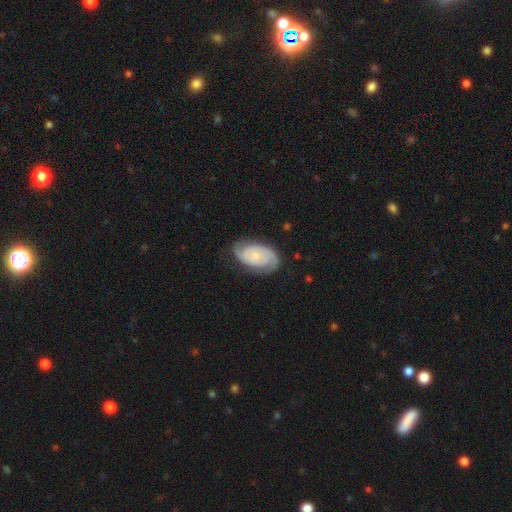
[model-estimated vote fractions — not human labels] Q: Smooth or featured?
A: featured or disk (75%); runner-up: smooth (19%)
Q: Edge-on disk?
A: no (97%); runner-up: yes (3%)
Q: Bar?
A: no (69%); runner-up: weak (26%)
Q: Spiral arms?
A: yes (95%); runner-up: no (5%)
Q: Spiral winding?
A: tight (60%); runner-up: medium (31%)
Q: Spiral arm count?
A: 2 (79%); runner-up: can't tell (11%)
Q: Bulge size?
A: small (65%); runner-up: moderate (17%)
Q: Merging?
A: none (76%); runner-up: minor disturbance (17%)